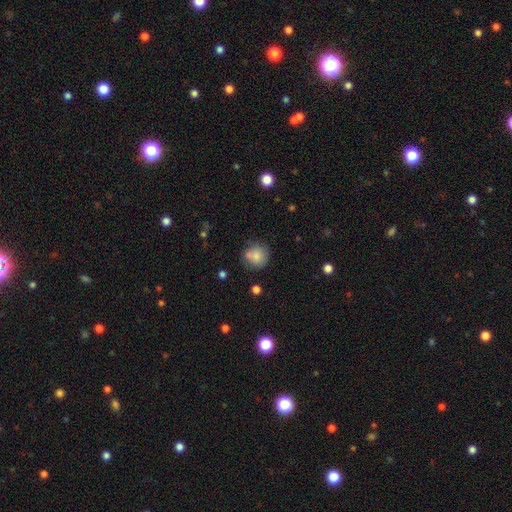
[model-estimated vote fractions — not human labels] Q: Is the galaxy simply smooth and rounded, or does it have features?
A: smooth — 79%.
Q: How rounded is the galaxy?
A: round — 88%.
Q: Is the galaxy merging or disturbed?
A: none — 65%.